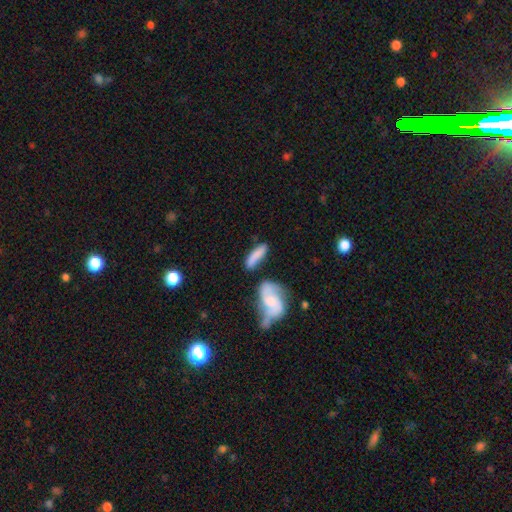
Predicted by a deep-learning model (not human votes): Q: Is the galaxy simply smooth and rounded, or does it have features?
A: smooth — 76%.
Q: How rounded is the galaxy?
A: cigar-shaped — 60%.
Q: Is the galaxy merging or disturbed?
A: none — 59%.